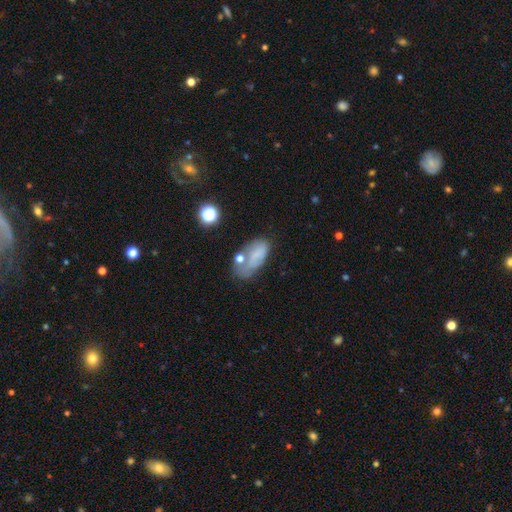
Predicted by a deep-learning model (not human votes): Q: Smooth or featured?
A: smooth (63%); runner-up: featured or disk (24%)
Q: How rounded?
A: in between (89%); runner-up: cigar-shaped (6%)
Q: Merging?
A: none (40%); runner-up: minor disturbance (28%)